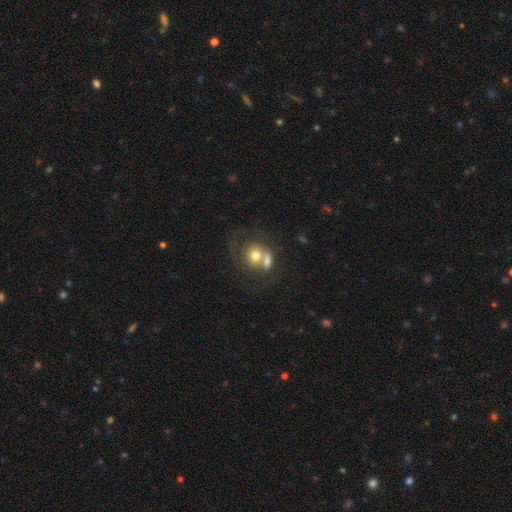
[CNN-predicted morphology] This appears to be a smooth galaxy with no disk features (54%) that is round (70%). Merging: merger (61%).